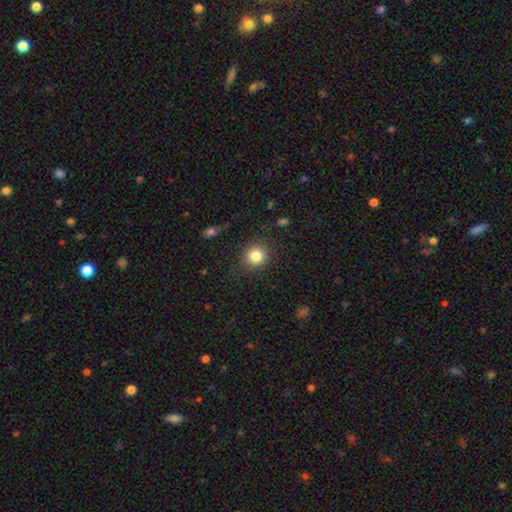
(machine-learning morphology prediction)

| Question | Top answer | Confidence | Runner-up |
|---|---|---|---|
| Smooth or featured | smooth | 83% | star or artifact (11%) |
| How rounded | round | 84% | in between (15%) |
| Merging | none | 87% | minor disturbance (9%) |